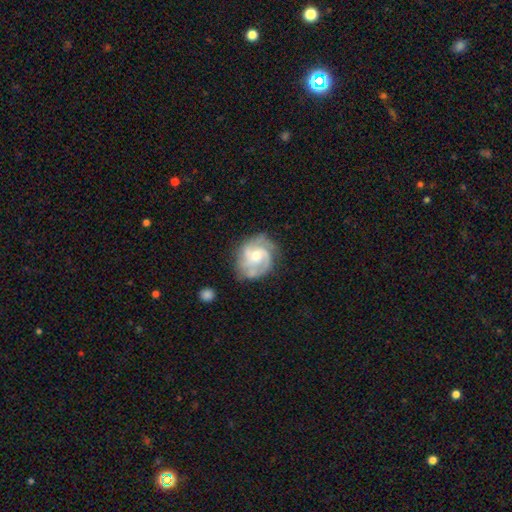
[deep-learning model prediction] featured or disk 86%, smooth 10%, star or artifact 5%. Down the decision tree: edge-on disk — no (98%); bar — no (58%); spiral arms — yes (97%); spiral arm count — 3 (46%); spiral winding — medium (46%); bulge size — moderate (61%); merging — none (71%).